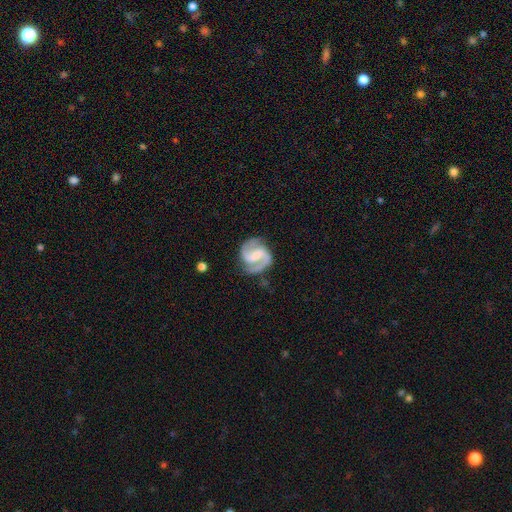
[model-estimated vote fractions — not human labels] This appears to be a featured or disk galaxy (90%) with a weak bar (48%), 2 (92%) medium (59%) spiral arms (98%) and a small central bulge (41%). Merging: none (78%).